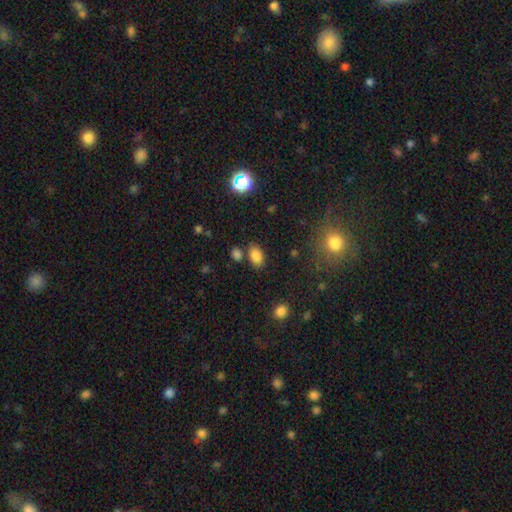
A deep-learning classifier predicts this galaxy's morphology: smooth-or-featured: smooth: 83% | star or artifact: 12% | featured or disk: 5%
  how-rounded: in between: 86% | round: 12% | cigar-shaped: 1%
  merging: none: 75% | minor disturbance: 12% | merger: 10% | major disturbance: 4%